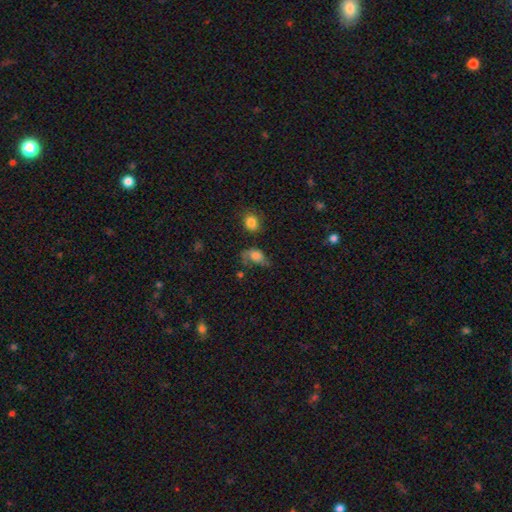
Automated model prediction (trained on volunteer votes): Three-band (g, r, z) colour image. It shows a smooth galaxy with no disk features (57%) that is in between round and cigar-shaped (75%). Merging: major disturbance (35%).